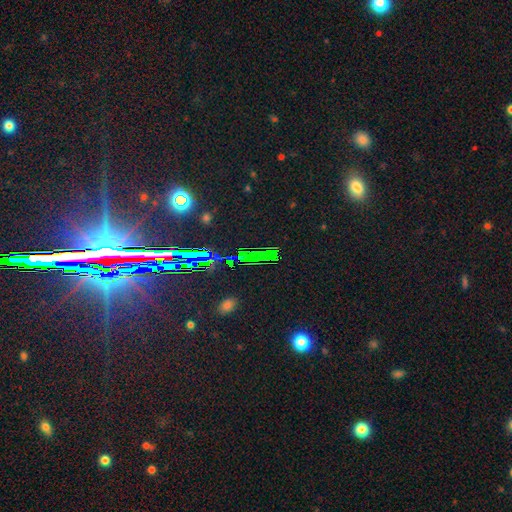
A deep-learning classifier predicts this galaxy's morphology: smooth_or_featured: star or artifact (p=0.73) [alt: smooth p=0.15]